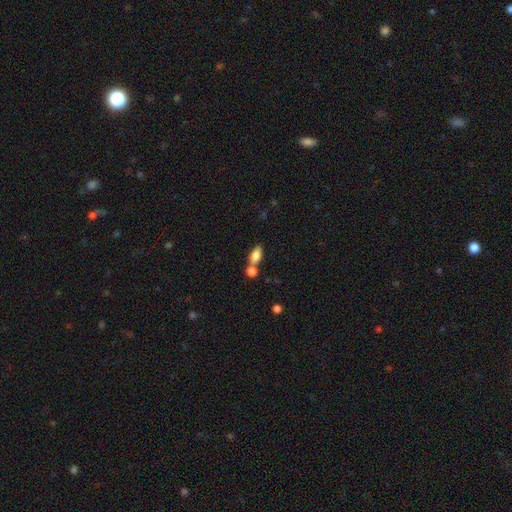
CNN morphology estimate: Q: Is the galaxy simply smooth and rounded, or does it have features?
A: smooth — 80%.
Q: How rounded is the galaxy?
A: in between — 83%.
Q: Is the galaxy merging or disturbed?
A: none — 50%.